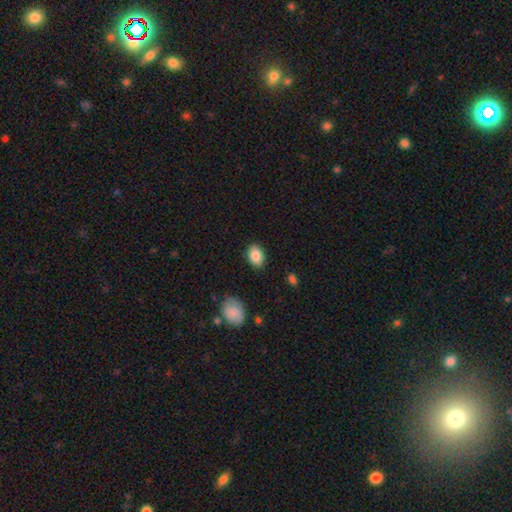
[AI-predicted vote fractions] Morphology: type=smooth (86%); roundness=in between (83%); merging=none (86%).